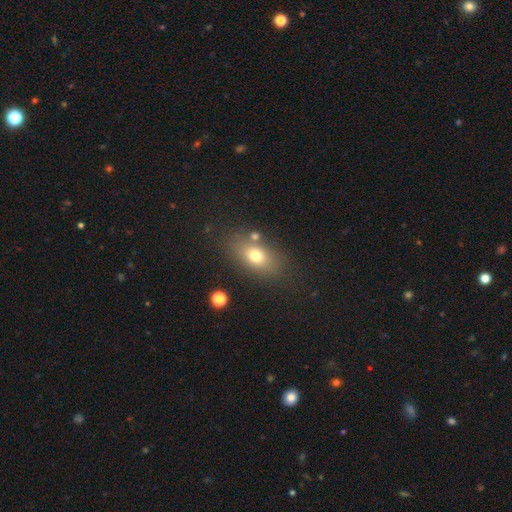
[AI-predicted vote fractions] smooth_or_featured: smooth (p=0.72) [alt: featured or disk p=0.16]
how_rounded: in between (p=0.79) [alt: round p=0.16]
merging: none (p=0.74) [alt: minor disturbance p=0.12]